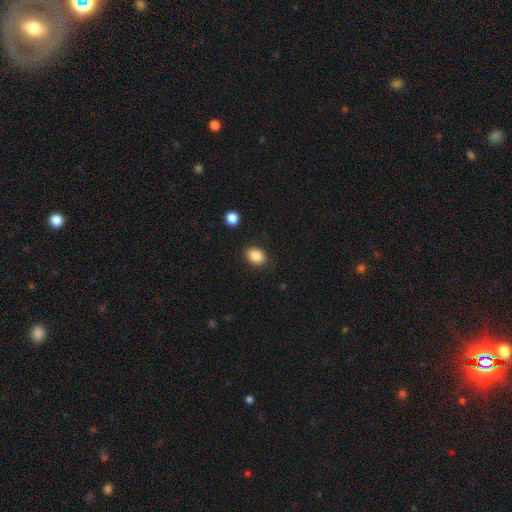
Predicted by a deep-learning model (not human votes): Q: Smooth or featured?
A: smooth (88%); runner-up: star or artifact (8%)
Q: How rounded?
A: in between (70%); runner-up: round (29%)
Q: Merging?
A: none (86%); runner-up: minor disturbance (9%)